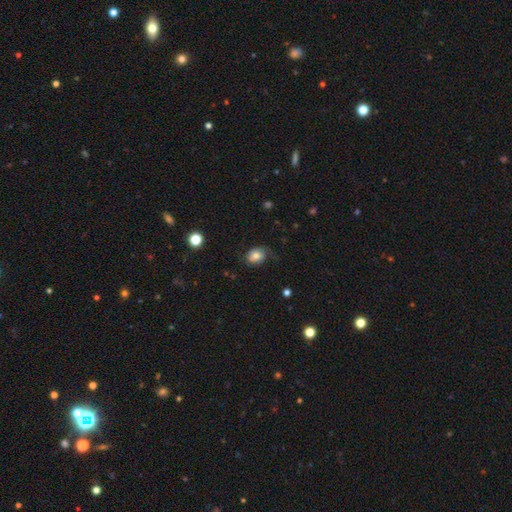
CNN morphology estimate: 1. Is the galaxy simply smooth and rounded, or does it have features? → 67% smooth, 22% featured or disk, 10% star or artifact.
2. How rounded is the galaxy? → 56% in between, 43% round, 1% cigar-shaped.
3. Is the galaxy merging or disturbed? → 56% none, 28% minor disturbance, 15% major disturbance, 2% merger.